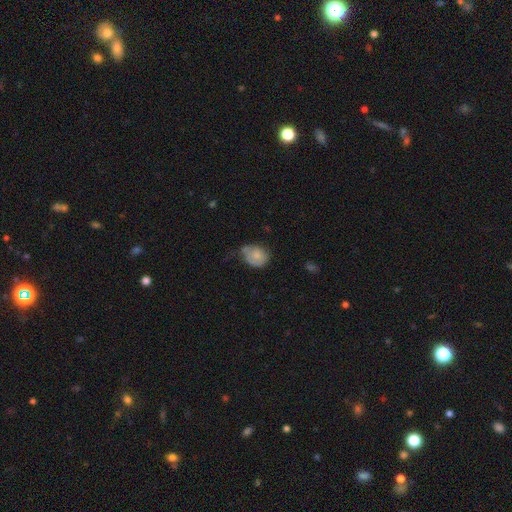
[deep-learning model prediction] The model was most divided on "merging": minor disturbance: 41%, none: 36%, major disturbance: 18%, merger: 5%. More confident: smooth or featured — smooth (69%); how rounded — in between (55%).